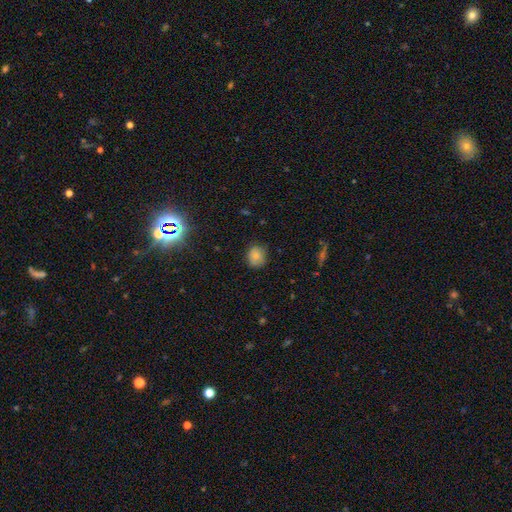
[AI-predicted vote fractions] smooth_or_featured: smooth (p=0.77) [alt: star or artifact p=0.12]
how_rounded: round (p=0.79) [alt: in between p=0.20]
merging: none (p=0.78) [alt: minor disturbance p=0.17]